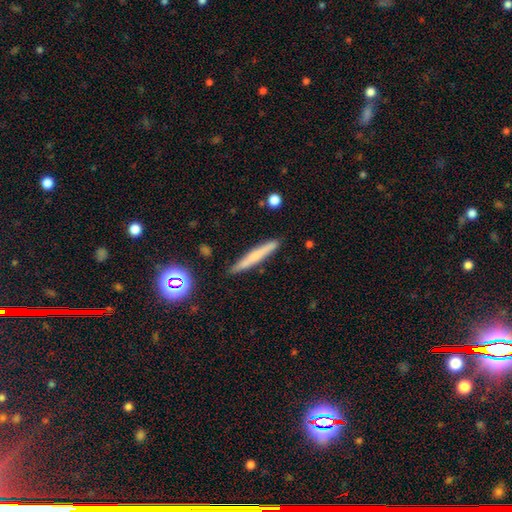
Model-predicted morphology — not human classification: This is likely a smooth galaxy (62%). How rounded: clearly cigar-shaped (95%). Merging: clearly none (88%).